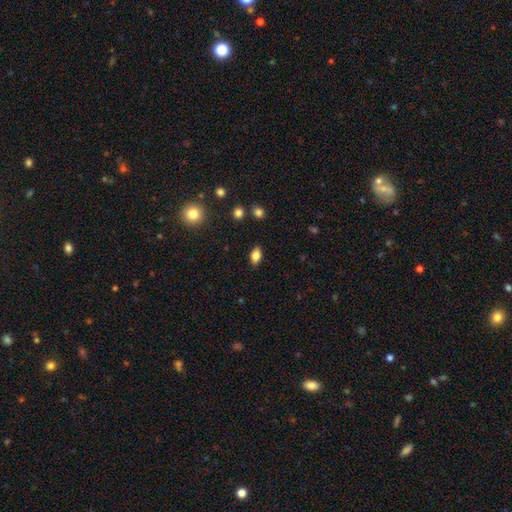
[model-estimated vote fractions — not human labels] smooth_or_featured: smooth (p=0.79) [alt: featured or disk p=0.11]
how_rounded: in between (p=0.86) [alt: round p=0.09]
merging: none (p=0.87) [alt: minor disturbance p=0.10]